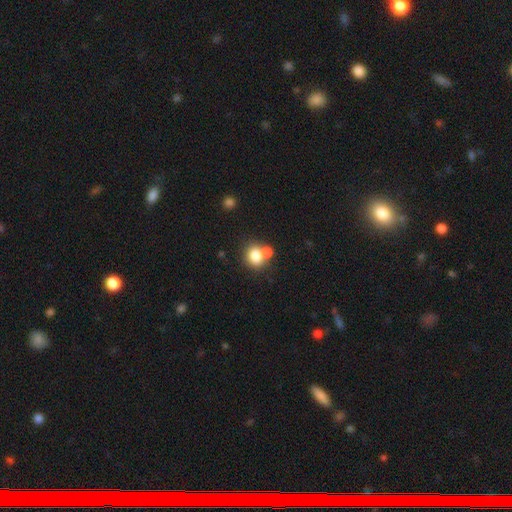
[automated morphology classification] Smooth or featured? smooth (79%)
How rounded? round (66%)
Merging? none (48%)